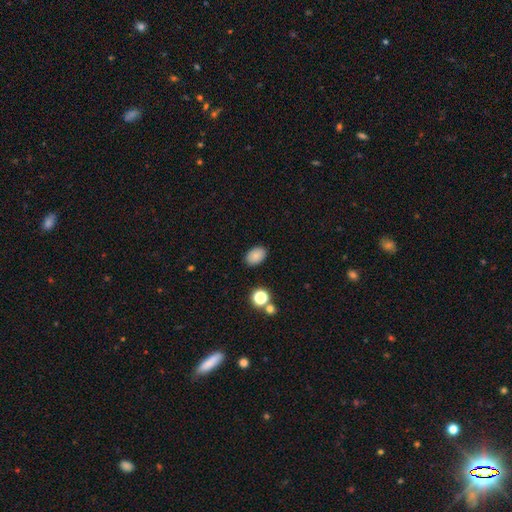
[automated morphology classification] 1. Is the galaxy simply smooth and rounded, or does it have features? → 84% smooth, 10% star or artifact, 6% featured or disk.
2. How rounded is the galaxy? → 85% in between, 14% round, 1% cigar-shaped.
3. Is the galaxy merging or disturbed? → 88% none, 8% minor disturbance, 2% major disturbance, 2% merger.